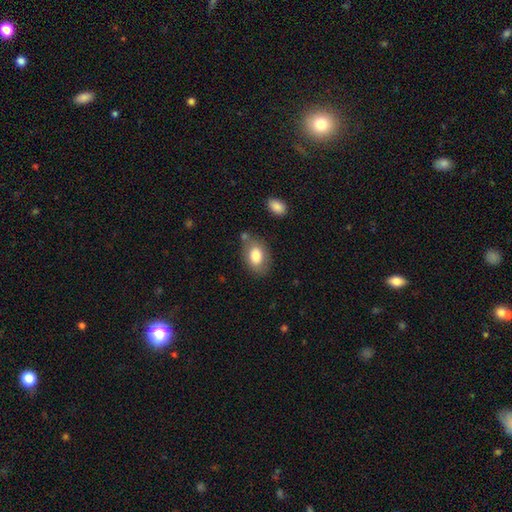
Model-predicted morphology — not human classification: smooth-or-featured: smooth: 80% | featured or disk: 13% | star or artifact: 7%
  how-rounded: in between: 85% | round: 14% | cigar-shaped: 1%
  merging: none: 71% | minor disturbance: 17% | merger: 7% | major disturbance: 5%